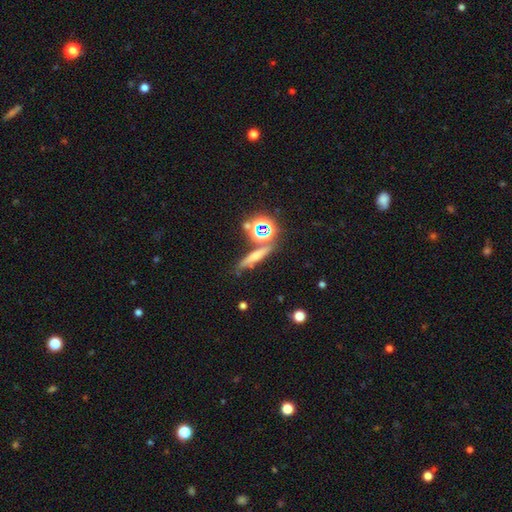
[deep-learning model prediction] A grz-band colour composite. It shows a smooth galaxy with no disk features (51%) that is cigar-shaped (72%). Merging: none (71%).